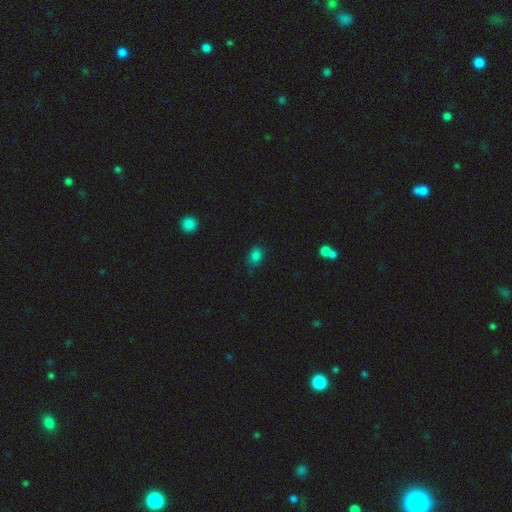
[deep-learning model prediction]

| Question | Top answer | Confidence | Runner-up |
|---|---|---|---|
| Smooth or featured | smooth | 81% | star or artifact (14%) |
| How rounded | in between | 64% | round (34%) |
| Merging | none | 73% | minor disturbance (20%) |